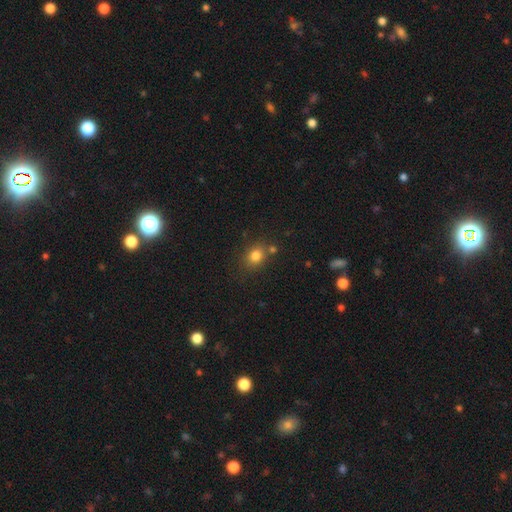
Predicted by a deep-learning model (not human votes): Smooth or featured: smooth — 81% (star or artifact — 12%)
How rounded: round — 55% (in between — 44%)
Merging: none — 70% (minor disturbance — 13%)